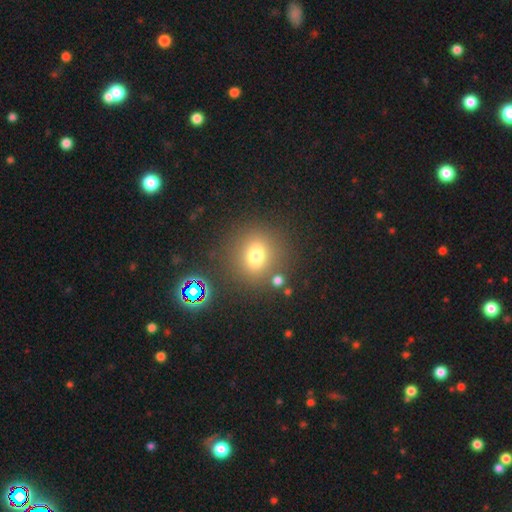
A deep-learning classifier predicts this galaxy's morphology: Smooth or featured? Predicted: smooth (p=0.71). How rounded? Predicted: round (p=0.70). Merging? Predicted: none (p=0.79).